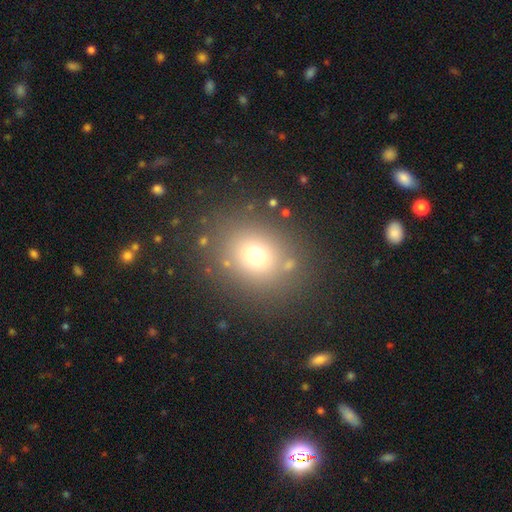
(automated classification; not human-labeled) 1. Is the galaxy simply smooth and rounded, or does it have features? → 68% smooth, 20% star or artifact, 12% featured or disk.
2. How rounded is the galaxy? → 70% round, 29% in between, 1% cigar-shaped.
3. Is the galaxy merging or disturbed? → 80% none, 9% minor disturbance, 6% major disturbance, 5% merger.